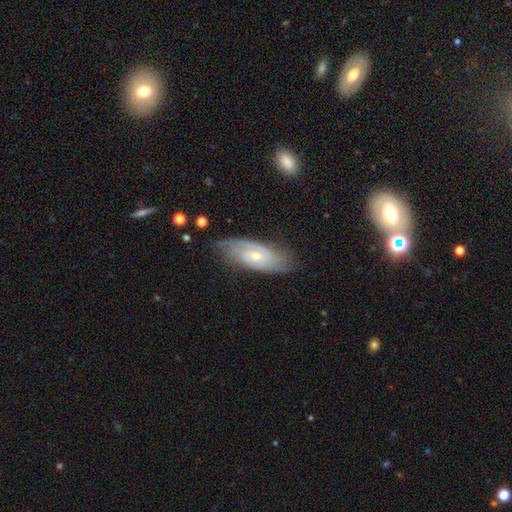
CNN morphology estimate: A featured or disk galaxy (75%) with no bar (49%), 2 (54%) tight (52%) spiral arms (94%) and a small central bulge (58%). Merging: none (75%).